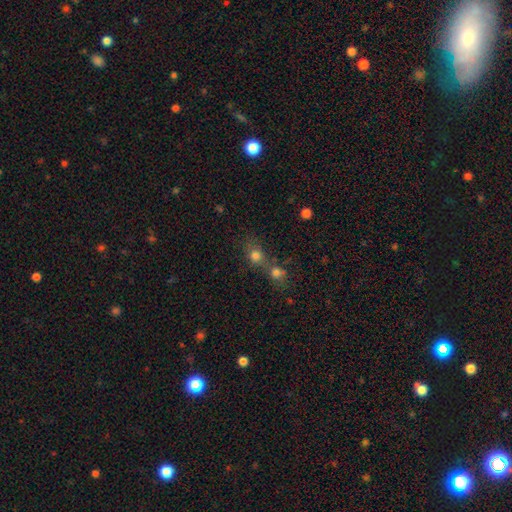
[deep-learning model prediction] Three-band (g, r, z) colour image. It shows a smooth galaxy with no disk features (74%) that is round (75%). Merging: merger (50%).